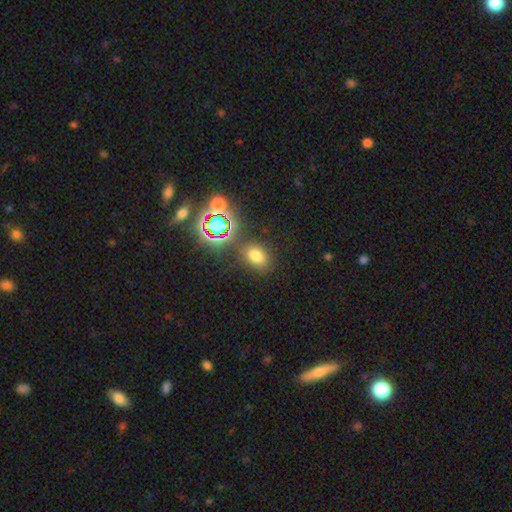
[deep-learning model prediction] This is likely a smooth galaxy (68%). How rounded: likely in between (71%). Merging: likely none (79%).